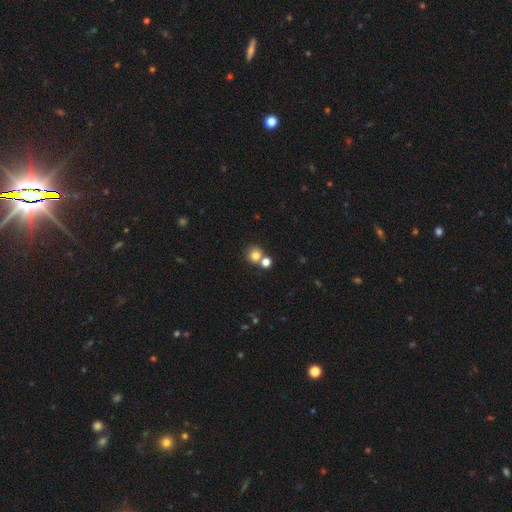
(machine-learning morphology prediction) Overall: smooth (79%). How rounded: round (88%). Merging: none (57%; merger 32%).